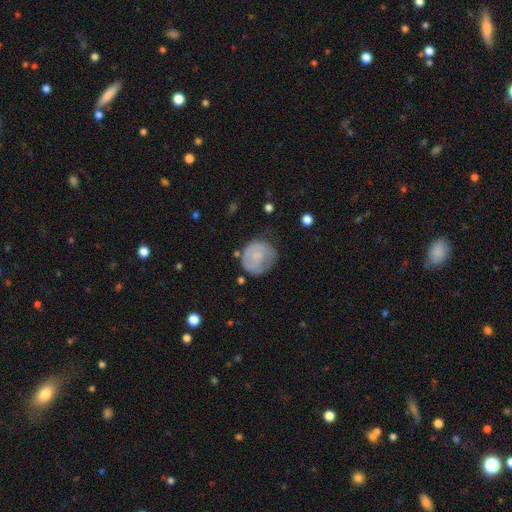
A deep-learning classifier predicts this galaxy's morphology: A smooth galaxy with no disk features (61%) that is round (82%). Merging: none (53%).